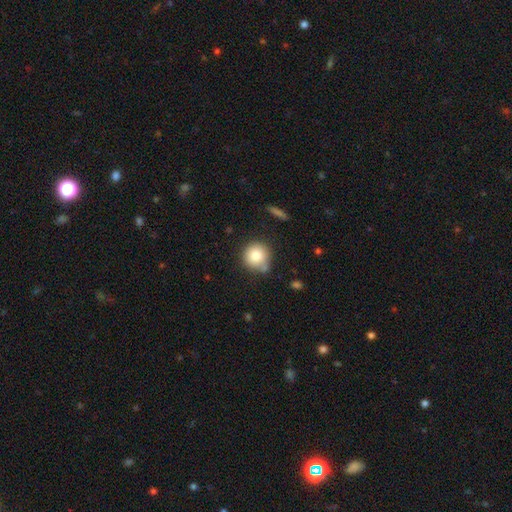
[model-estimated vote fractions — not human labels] Smooth or featured?
  - smooth: 80% *
  - featured or disk: 10%
  - star or artifact: 10%
How rounded?
  - round: 93% *
  - in between: 6%
  - cigar-shaped: 1%
Merging?
  - none: 72% *
  - minor disturbance: 15%
  - merger: 9%
  - major disturbance: 4%